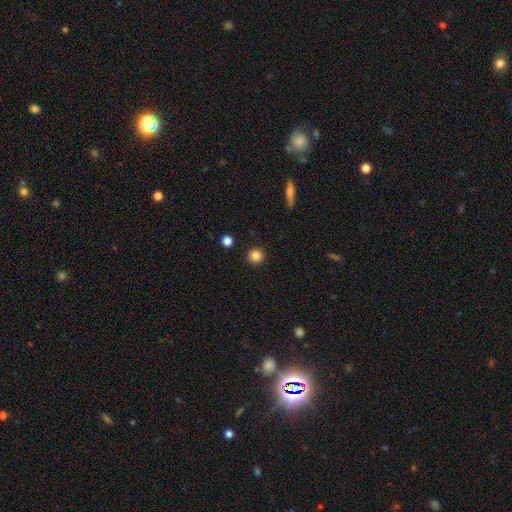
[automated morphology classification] smooth-or-featured: smooth: 85% | star or artifact: 11% | featured or disk: 4%
  how-rounded: round: 95% | in between: 4% | cigar-shaped: 1%
  merging: none: 92% | minor disturbance: 5% | major disturbance: 2% | merger: 2%